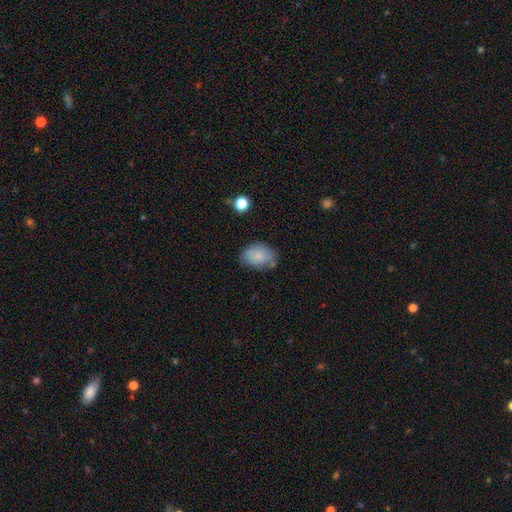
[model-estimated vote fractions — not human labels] A smooth galaxy with no disk features (83%) that is in between round and cigar-shaped (83%). Merging: none (70%).